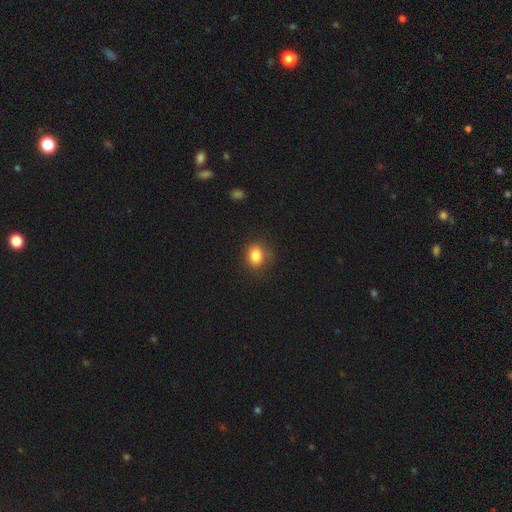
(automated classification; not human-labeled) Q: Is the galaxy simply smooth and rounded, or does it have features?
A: smooth — 84%.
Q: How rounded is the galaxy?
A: round — 60%.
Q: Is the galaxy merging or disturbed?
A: none — 80%.